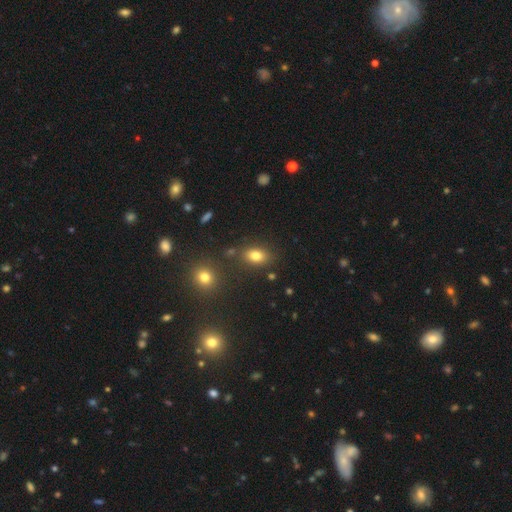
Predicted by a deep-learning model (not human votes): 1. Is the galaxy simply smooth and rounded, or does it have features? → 79% smooth, 12% star or artifact, 9% featured or disk.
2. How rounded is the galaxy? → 81% in between, 16% round, 3% cigar-shaped.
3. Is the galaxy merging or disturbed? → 78% none, 11% minor disturbance, 6% merger, 4% major disturbance.